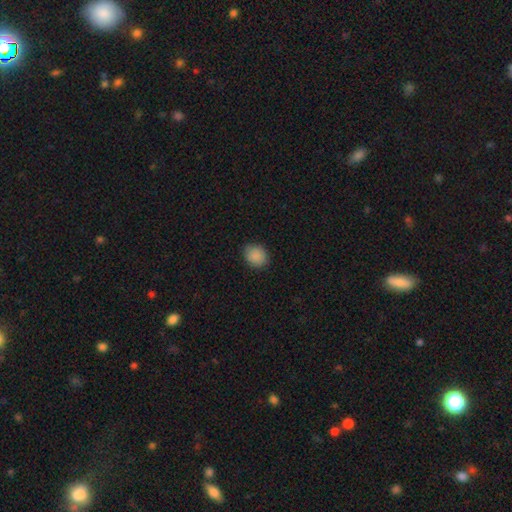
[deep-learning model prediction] Smooth or featured? Predicted: smooth (p=0.88). How rounded? Predicted: round (p=0.63). Merging? Predicted: none (p=0.85).